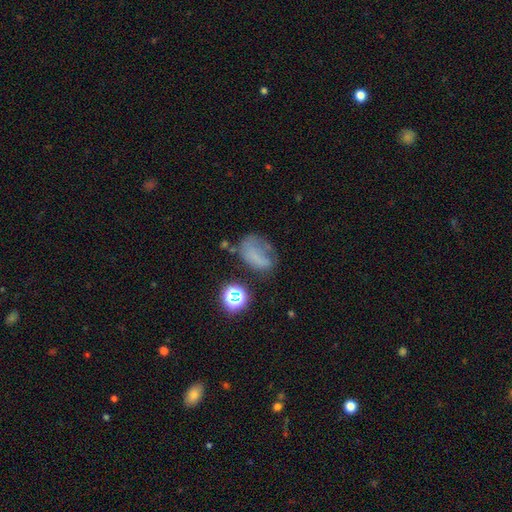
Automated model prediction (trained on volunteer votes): smooth-or-featured: smooth: 51% | featured or disk: 26% | star or artifact: 23%
  how-rounded: in between: 71% | round: 26% | cigar-shaped: 2%
  merging: none: 38% | major disturbance: 28% | minor disturbance: 28% | merger: 6%